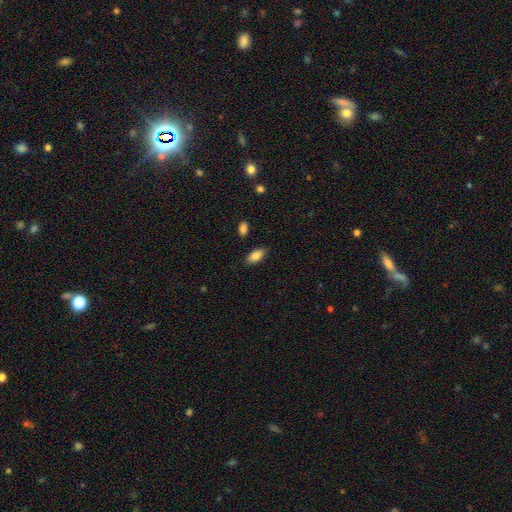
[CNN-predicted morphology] Overall: smooth (85%). How rounded: in between (88%). Merging: none (85%).